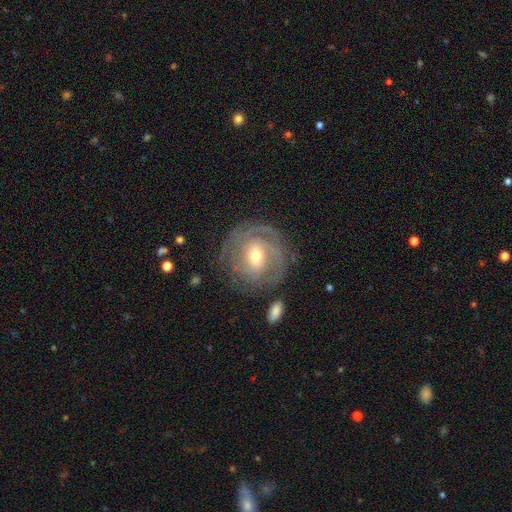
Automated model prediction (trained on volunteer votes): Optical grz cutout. It shows a featured or disk galaxy (77%) with a weak bar (44%), 2 (34%) tight (58%) spiral arms (88%) and a moderate central bulge (57%). Merging: none (72%).